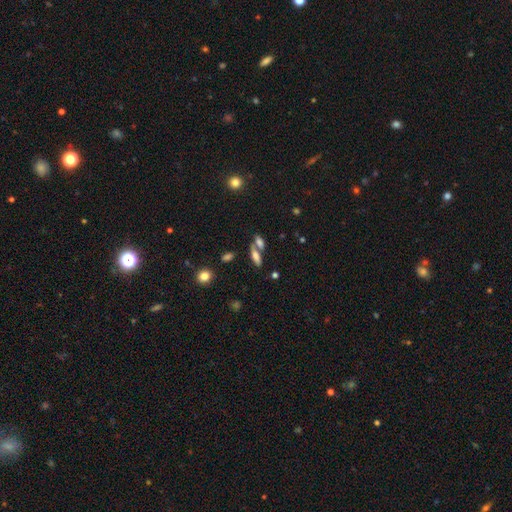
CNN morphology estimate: smooth_or_featured: smooth (p=0.65) [alt: featured or disk p=0.24]
how_rounded: in between (p=0.57) [alt: cigar-shaped p=0.38]
merging: none (p=0.44) [alt: merger p=0.42]